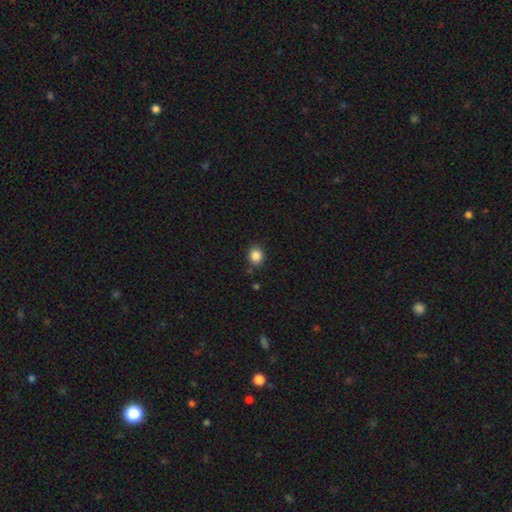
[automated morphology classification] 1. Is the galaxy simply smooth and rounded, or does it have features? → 86% smooth, 10% star or artifact, 4% featured or disk.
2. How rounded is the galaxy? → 69% round, 30% in between, 1% cigar-shaped.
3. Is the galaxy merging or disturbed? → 85% none, 9% minor disturbance, 3% merger, 2% major disturbance.